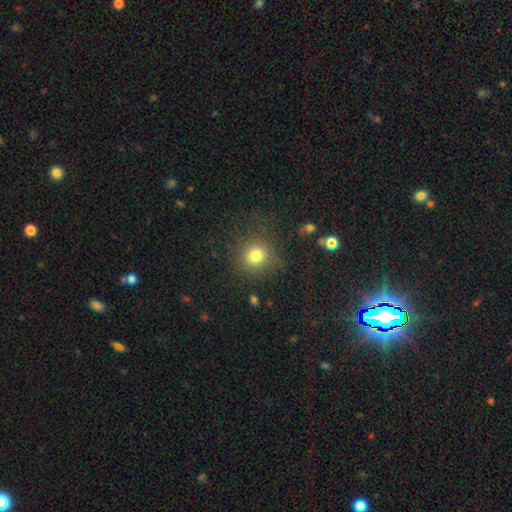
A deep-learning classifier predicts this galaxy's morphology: smooth_or_featured: smooth (p=0.78) [alt: star or artifact p=0.14]
how_rounded: round (p=0.85) [alt: in between p=0.14]
merging: none (p=0.77) [alt: minor disturbance p=0.13]